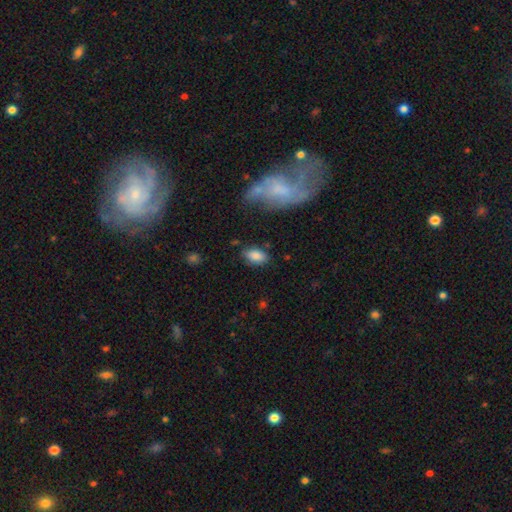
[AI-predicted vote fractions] Smooth or featured? smooth (85%)
How rounded? in between (92%)
Merging? none (79%)